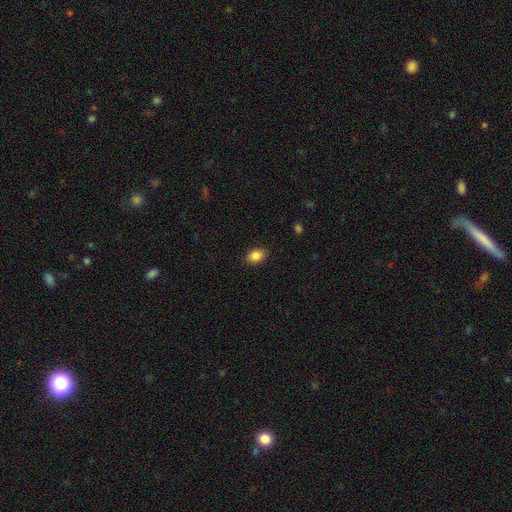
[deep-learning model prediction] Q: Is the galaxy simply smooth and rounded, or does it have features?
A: smooth — 87%.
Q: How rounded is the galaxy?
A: in between — 76%.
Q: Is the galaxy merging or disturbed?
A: none — 87%.